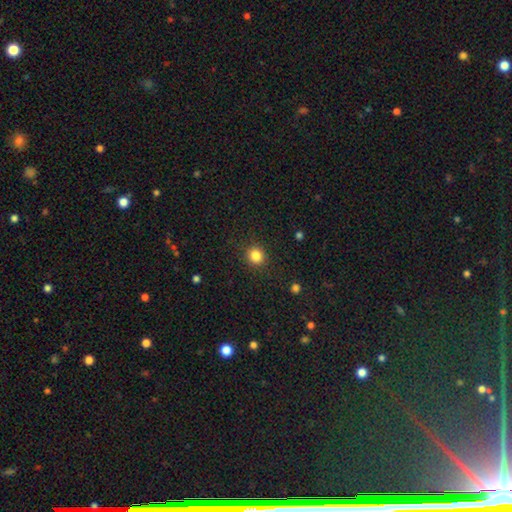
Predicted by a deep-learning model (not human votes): A smooth galaxy with no disk features (85%) that is round (87%). Merging: none (90%).